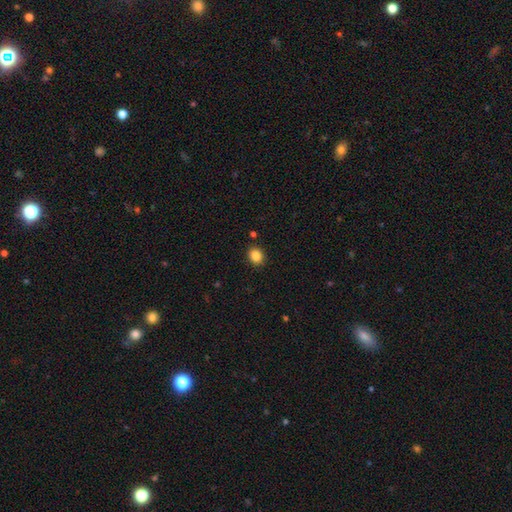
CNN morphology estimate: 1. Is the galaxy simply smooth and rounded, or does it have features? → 86% smooth, 10% star or artifact, 4% featured or disk.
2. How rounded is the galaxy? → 58% round, 41% in between, 1% cigar-shaped.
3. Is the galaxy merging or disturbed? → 89% none, 7% minor disturbance, 2% major disturbance, 2% merger.